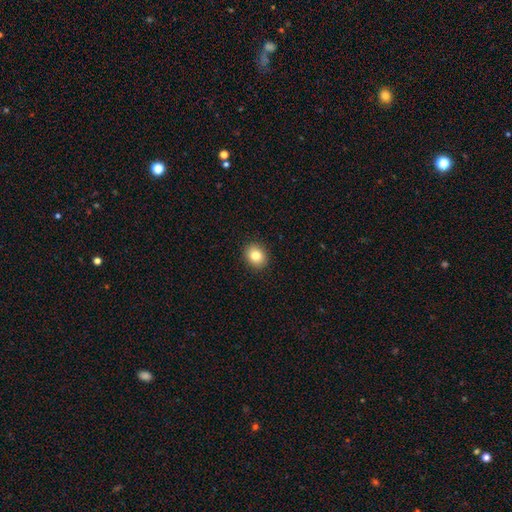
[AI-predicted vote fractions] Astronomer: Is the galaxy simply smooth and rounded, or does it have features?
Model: smooth — 82%.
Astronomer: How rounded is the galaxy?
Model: round — 61% (runner-up: in between, 38%).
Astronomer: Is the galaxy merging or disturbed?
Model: none — 91%.